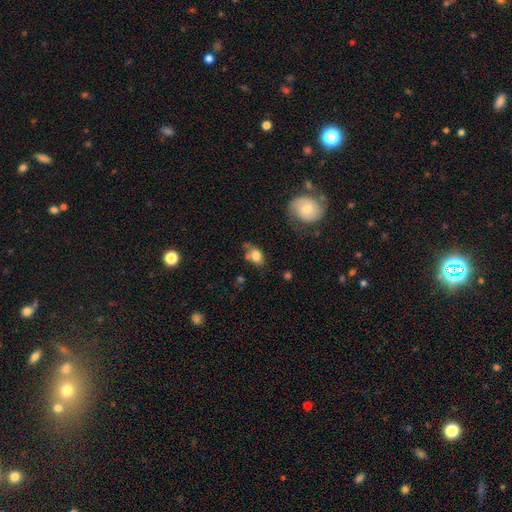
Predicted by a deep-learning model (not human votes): smooth-or-featured: smooth: 78% | featured or disk: 13% | star or artifact: 9%
  how-rounded: in between: 76% | round: 22% | cigar-shaped: 2%
  merging: none: 52% | minor disturbance: 25% | merger: 15% | major disturbance: 8%